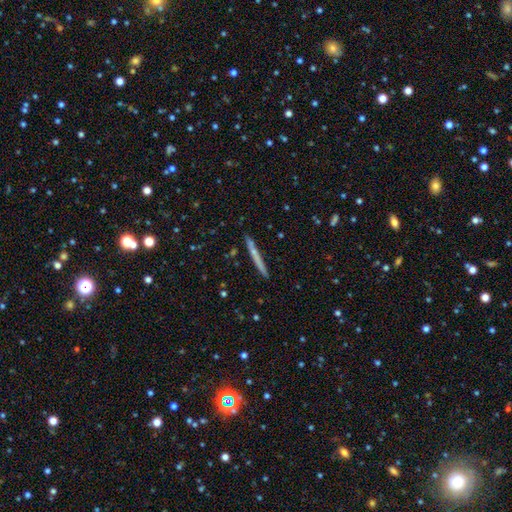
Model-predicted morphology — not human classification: smooth-or-featured: smooth: 49% | featured or disk: 44% | star or artifact: 7%
  merging: none: 90% | minor disturbance: 7% | merger: 2% | major disturbance: 1%